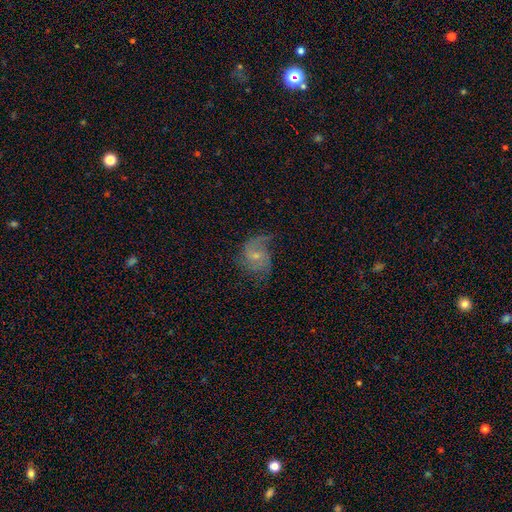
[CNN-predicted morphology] Smooth or featured?
  - featured or disk: 69% *
  - smooth: 22%
  - star or artifact: 9%
Edge-on disk?
  - no: 97% *
  - yes: 3%
Bar?
  - no: 60% *
  - weak: 35%
  - strong: 6%
Spiral arms?
  - yes: 90% *
  - no: 10%
Spiral winding?
  - loose: 45% *
  - medium: 40%
  - tight: 15%
Spiral arm count?
  - 2: 51% *
  - 1: 21%
  - can't tell: 15%
  - 3: 9%
  - 4: 3%
  - more than 4: 3%
Bulge size?
  - small: 64% *
  - moderate: 28%
  - none: 5%
  - large: 2%
  - dominant: 1%
Merging?
  - none: 50% *
  - minor disturbance: 25%
  - major disturbance: 23%
  - merger: 2%